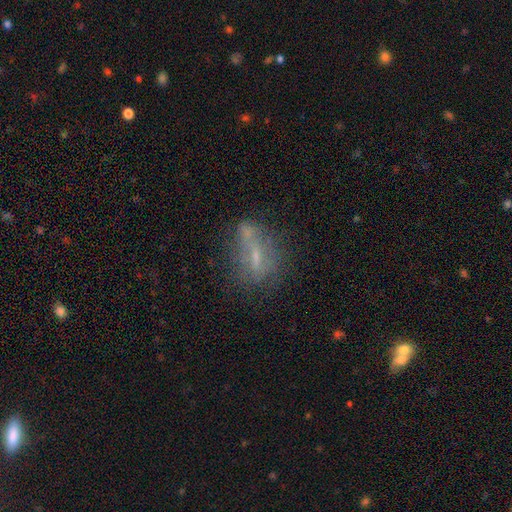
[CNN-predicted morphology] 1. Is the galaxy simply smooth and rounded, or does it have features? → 46% featured or disk, 36% smooth, 18% star or artifact.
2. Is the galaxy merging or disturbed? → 48% none, 21% minor disturbance, 16% merger, 15% major disturbance.